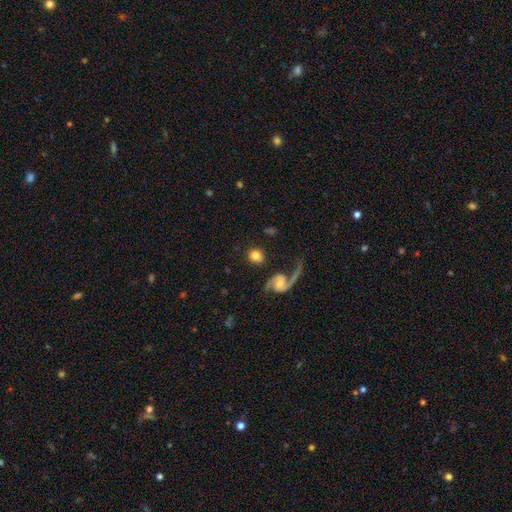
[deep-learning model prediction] Smooth or featured? smooth (70%)
How rounded? round (86%)
Merging? none (81%)